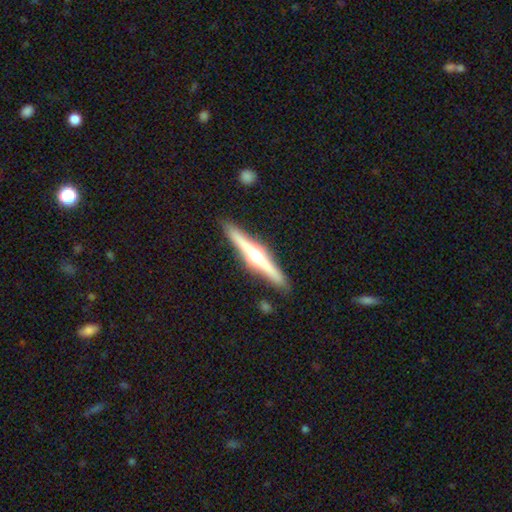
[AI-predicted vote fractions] smooth_or_featured: featured or disk (p=0.76) [alt: smooth p=0.20]
disk_edge_on: yes (p=0.98) [alt: no p=0.02]
edge_on_bulge: rounded (p=0.94) [alt: none p=0.03]
merging: none (p=0.90) [alt: minor disturbance p=0.07]